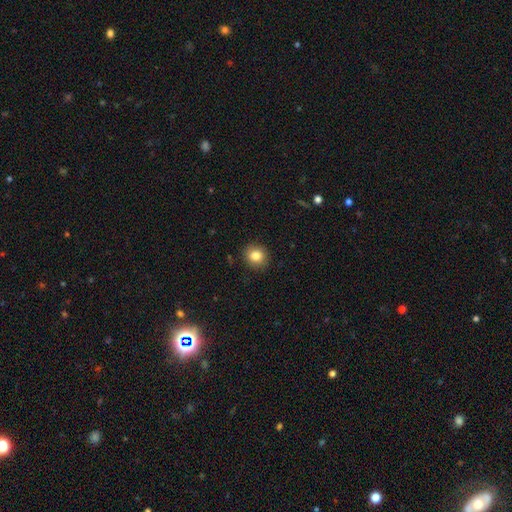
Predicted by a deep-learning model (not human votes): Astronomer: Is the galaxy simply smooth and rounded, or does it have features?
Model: smooth — 83%.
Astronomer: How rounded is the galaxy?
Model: round — 82%.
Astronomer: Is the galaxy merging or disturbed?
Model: none — 89%.